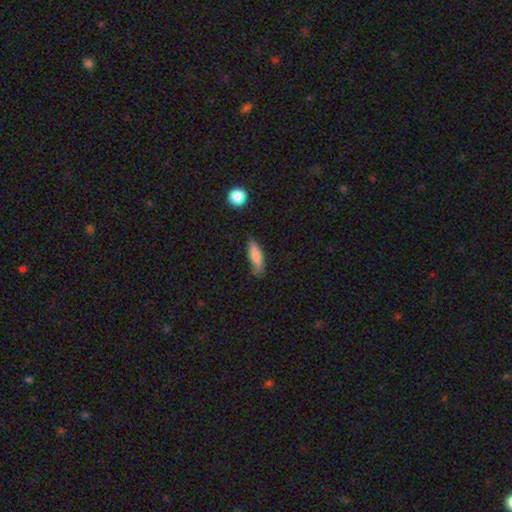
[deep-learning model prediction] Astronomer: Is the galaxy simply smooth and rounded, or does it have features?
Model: smooth — 78%.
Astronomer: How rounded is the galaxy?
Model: cigar-shaped — 59% (runner-up: in between, 39%).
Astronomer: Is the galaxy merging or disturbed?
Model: none — 71%.